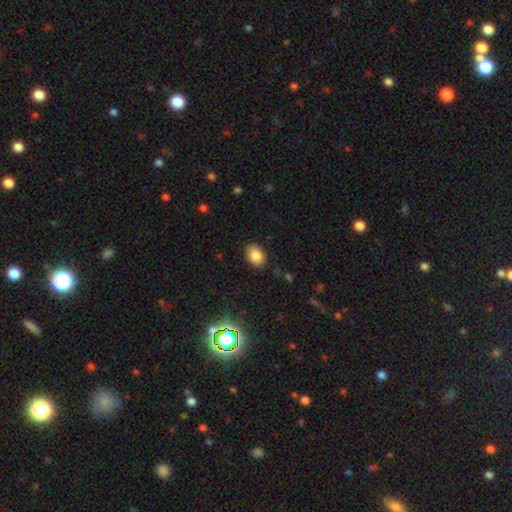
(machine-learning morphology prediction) Smooth or featured?
  - smooth: 84% *
  - star or artifact: 10%
  - featured or disk: 6%
How rounded?
  - in between: 70% *
  - round: 29%
  - cigar-shaped: 1%
Merging?
  - none: 88% *
  - minor disturbance: 9%
  - major disturbance: 2%
  - merger: 1%